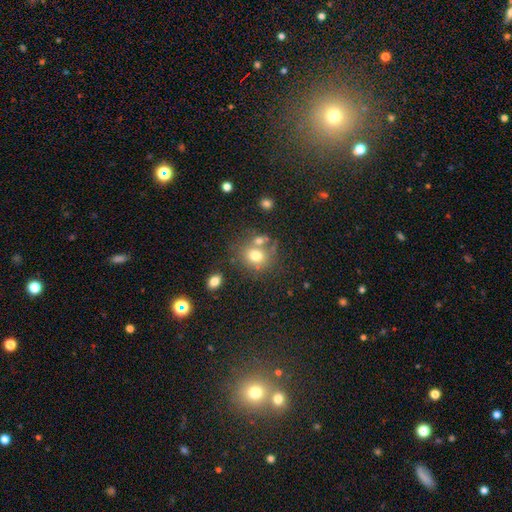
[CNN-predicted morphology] Smooth or featured?
  - smooth: 73% *
  - featured or disk: 14%
  - star or artifact: 13%
How rounded?
  - round: 68% *
  - in between: 31%
  - cigar-shaped: 1%
Merging?
  - none: 57% *
  - merger: 24%
  - minor disturbance: 13%
  - major disturbance: 6%